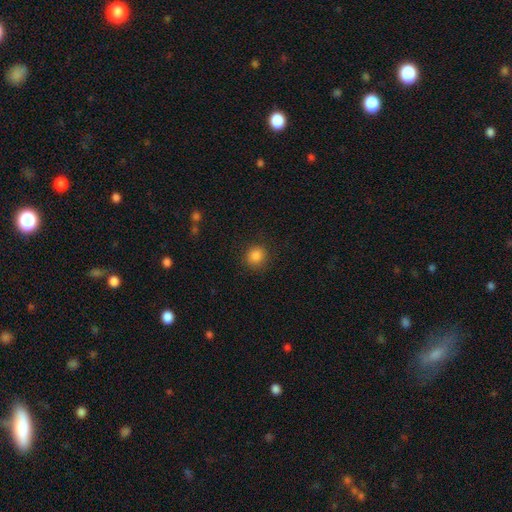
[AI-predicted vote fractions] smooth 86%, star or artifact 11%, featured or disk 4%. Down the decision tree: how rounded — round (90%); merging — none (88%).